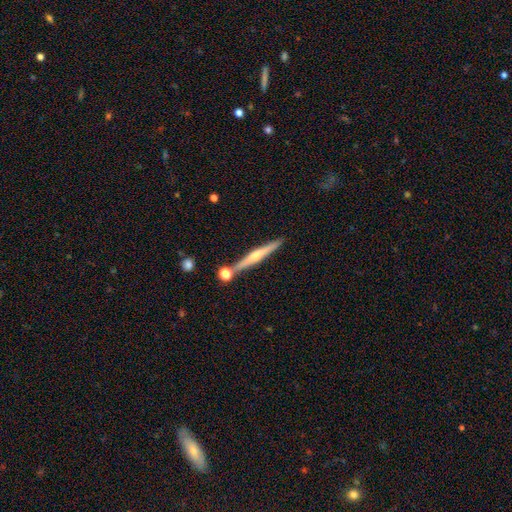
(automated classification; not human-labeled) Smooth or featured? Predicted: featured or disk (p=0.66). Edge-on disk? Predicted: yes (p=0.97). Edge-on bulge? Predicted: rounded (p=0.83). Merging? Predicted: none (p=0.82).